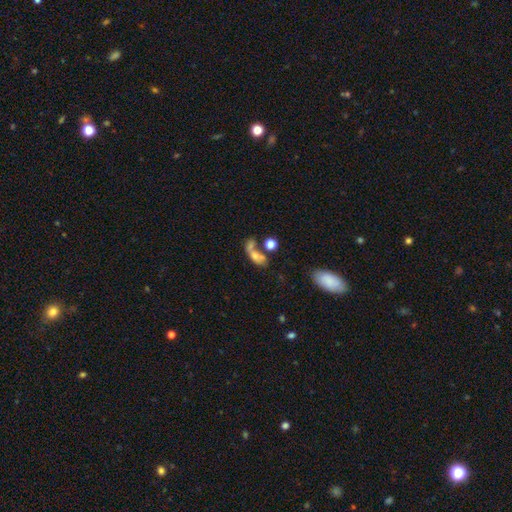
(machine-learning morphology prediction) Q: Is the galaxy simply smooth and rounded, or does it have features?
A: smooth — 58%.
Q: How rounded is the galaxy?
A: in between — 74%.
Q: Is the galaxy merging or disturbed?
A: merger — 46%.